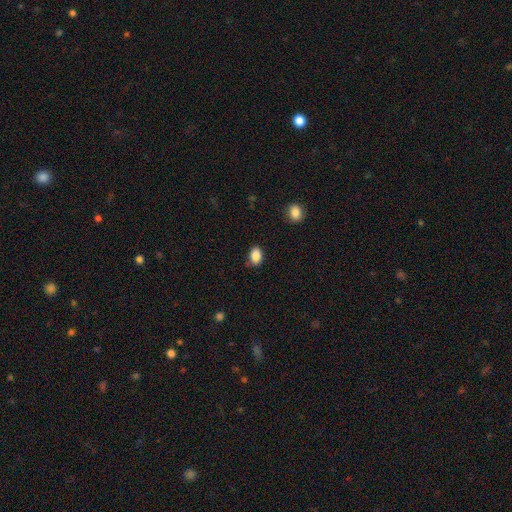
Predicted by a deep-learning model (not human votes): This appears to be a smooth galaxy with no disk features (88%) that is in between round and cigar-shaped (82%). Merging: none (82%).